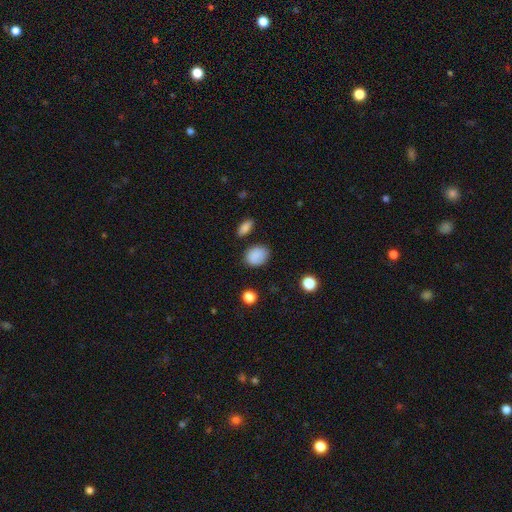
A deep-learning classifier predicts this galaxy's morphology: Smooth or featured: smooth — 87% (star or artifact — 9%)
How rounded: in between — 64% (round — 34%)
Merging: none — 79% (minor disturbance — 15%)